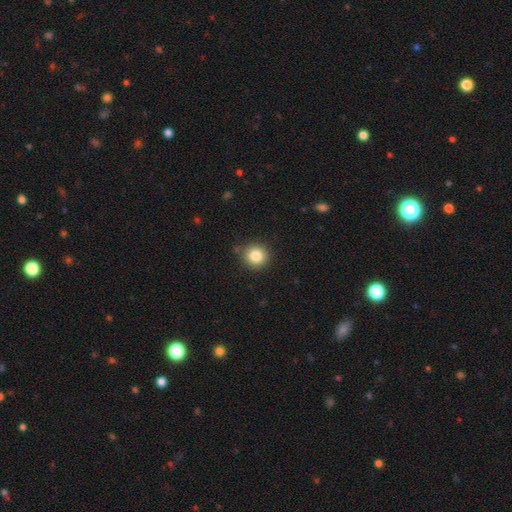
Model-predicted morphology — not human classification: A smooth galaxy with no disk features (83%) that is round (92%).

Vote fractions:
- Smooth or featured? smooth: 83% / star or artifact: 10% / featured or disk: 6%
- How rounded? round: 92% / in between: 7% / cigar-shaped: 1%
- Merging? none: 87% / minor disturbance: 9% / major disturbance: 2% / merger: 2%